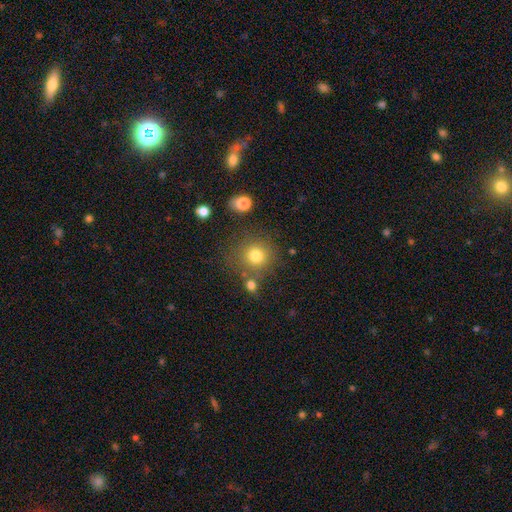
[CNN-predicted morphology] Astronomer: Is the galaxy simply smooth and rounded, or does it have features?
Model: smooth — 78%.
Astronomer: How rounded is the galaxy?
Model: round — 89%.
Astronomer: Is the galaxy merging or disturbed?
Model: none — 75%.